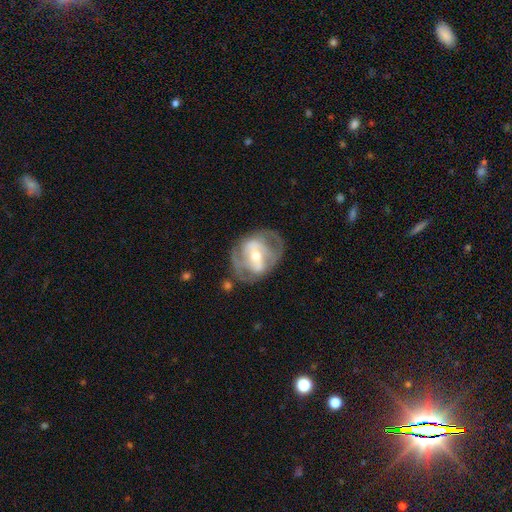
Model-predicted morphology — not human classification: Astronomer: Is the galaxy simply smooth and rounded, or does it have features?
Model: featured or disk — 80%.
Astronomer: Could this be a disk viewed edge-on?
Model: no — 96%.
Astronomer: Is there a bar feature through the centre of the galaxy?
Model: strong — 43% (runner-up: weak, 36%).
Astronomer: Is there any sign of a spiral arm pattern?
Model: yes — 76%.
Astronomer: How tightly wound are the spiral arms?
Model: medium — 45% (runner-up: tight, 35%).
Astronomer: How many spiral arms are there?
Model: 2 — 57%.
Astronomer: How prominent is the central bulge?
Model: moderate — 55% (runner-up: small, 38%).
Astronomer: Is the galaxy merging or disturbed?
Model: none — 60%.